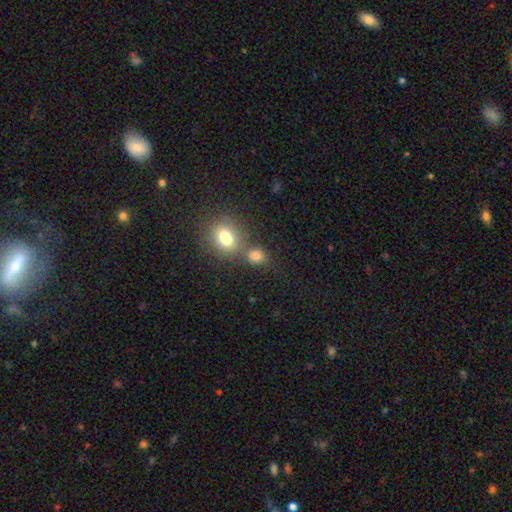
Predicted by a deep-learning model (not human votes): smooth-or-featured: smooth: 79% | star or artifact: 14% | featured or disk: 8%
  how-rounded: round: 61% | in between: 37% | cigar-shaped: 2%
  merging: none: 52% | merger: 33% | minor disturbance: 10% | major disturbance: 5%